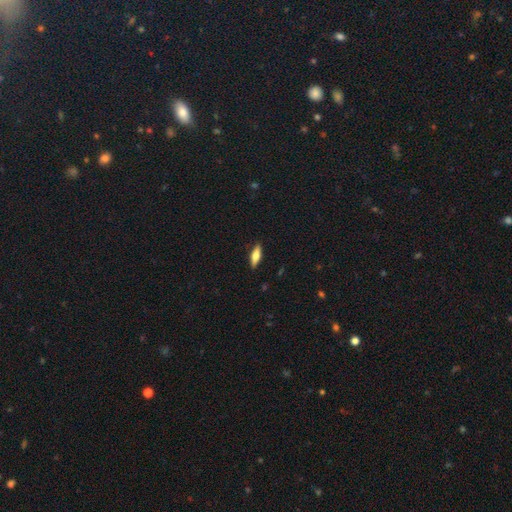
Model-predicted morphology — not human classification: Smooth or featured?
  - smooth: 59% *
  - featured or disk: 35%
  - star or artifact: 6%
How rounded?
  - in between: 57% *
  - cigar-shaped: 41%
  - round: 3%
Merging?
  - none: 88% *
  - minor disturbance: 9%
  - major disturbance: 2%
  - merger: 1%